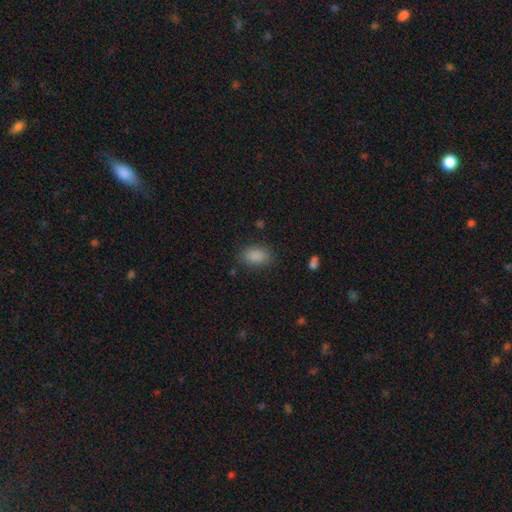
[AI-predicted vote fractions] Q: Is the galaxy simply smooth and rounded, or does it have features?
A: smooth — 87%.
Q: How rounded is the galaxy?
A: in between — 87%.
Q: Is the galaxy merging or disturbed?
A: none — 82%.